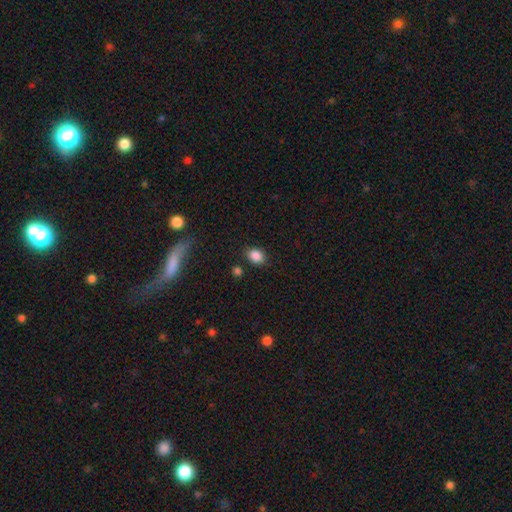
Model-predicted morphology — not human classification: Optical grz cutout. It shows a smooth galaxy with no disk features (86%) that is in between round and cigar-shaped (67%). Merging: none (82%).